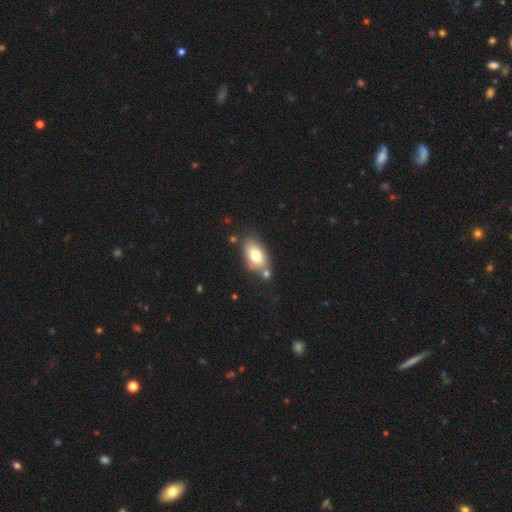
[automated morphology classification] Overall: smooth (74%). How rounded: in between (91%). Merging: none (66%).